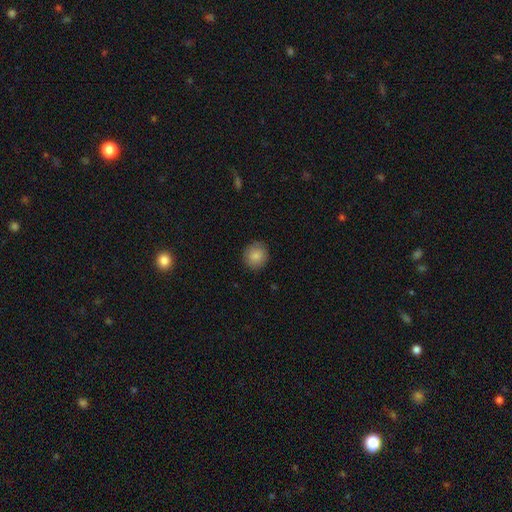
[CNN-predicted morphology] Smooth or featured: smooth — 87% (star or artifact — 8%)
How rounded: round — 89% (in between — 10%)
Merging: none — 89% (minor disturbance — 8%)